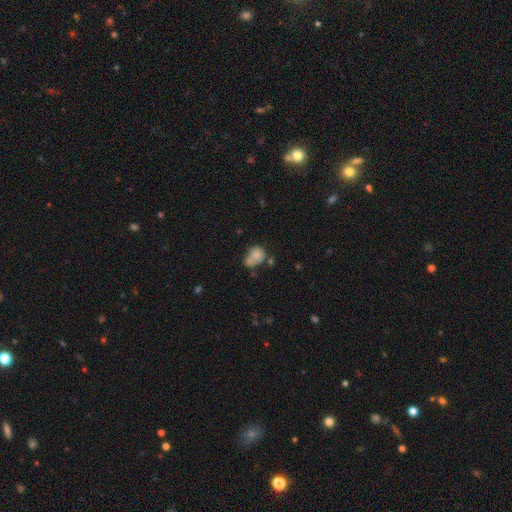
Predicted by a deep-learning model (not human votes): Smooth or featured: smooth — 77% (featured or disk — 13%)
How rounded: in between — 51% (round — 48%)
Merging: none — 35% (merger — 34%)